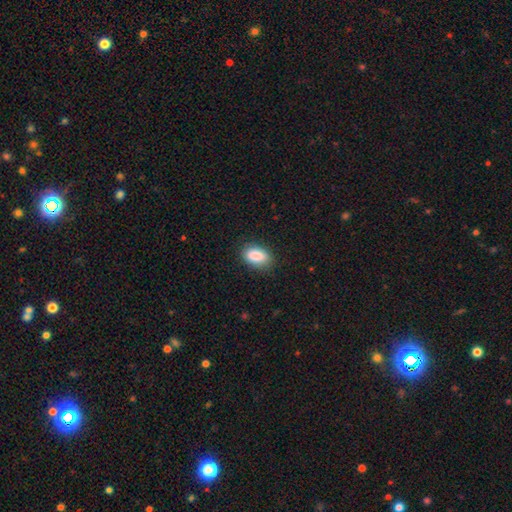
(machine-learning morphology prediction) Overall: smooth (87%). How rounded: in between (90%). Merging: none (83%).